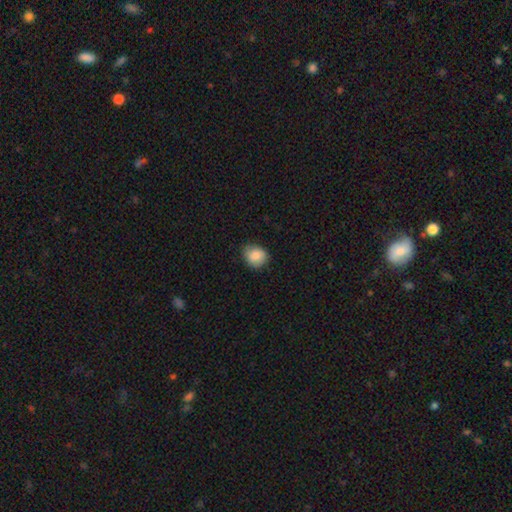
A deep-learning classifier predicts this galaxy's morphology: The model was most divided on "how rounded": round: 64%, in between: 35%, cigar-shaped: 1%. More confident: smooth or featured — smooth (87%); merging — none (77%).